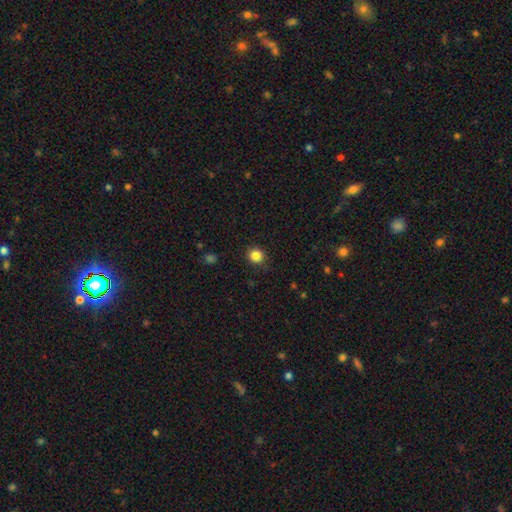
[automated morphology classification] A smooth galaxy with no disk features (85%) that is round (90%). Merging: none (89%).